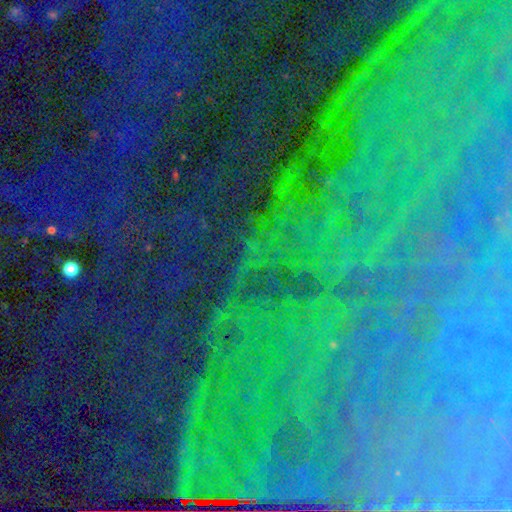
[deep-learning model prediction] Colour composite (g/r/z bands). It shows a star or artifact, not a galaxy (83%).